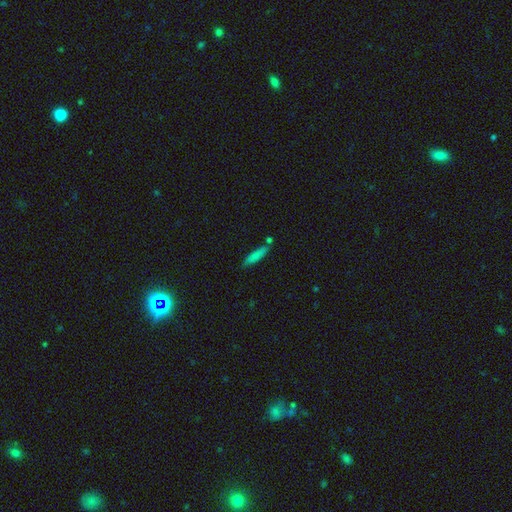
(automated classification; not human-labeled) The model was most divided on "merging": none: 74%, minor disturbance: 14%, merger: 9%, major disturbance: 3%. More confident: how rounded — cigar-shaped (83%); smooth or featured — smooth (78%).